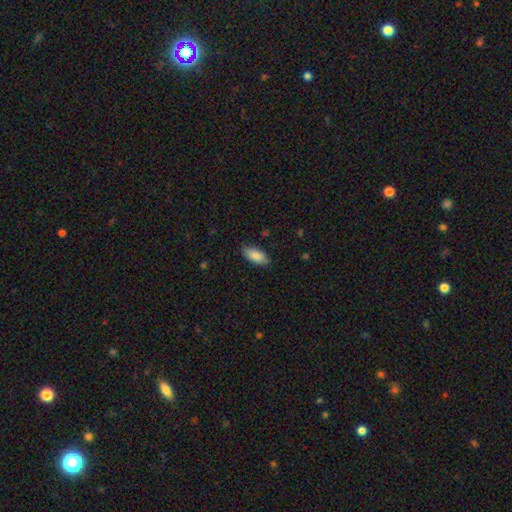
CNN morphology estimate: smooth_or_featured: smooth (p=0.87) [alt: featured or disk p=0.07]
how_rounded: in between (p=0.87) [alt: cigar-shaped p=0.11]
merging: none (p=0.85) [alt: minor disturbance p=0.12]